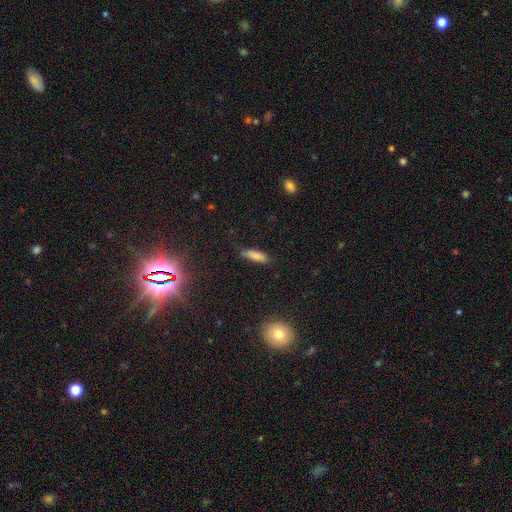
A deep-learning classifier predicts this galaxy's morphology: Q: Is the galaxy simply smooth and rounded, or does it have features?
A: smooth — 80%.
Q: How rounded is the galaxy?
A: cigar-shaped — 58%.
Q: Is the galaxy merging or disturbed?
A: none — 80%.